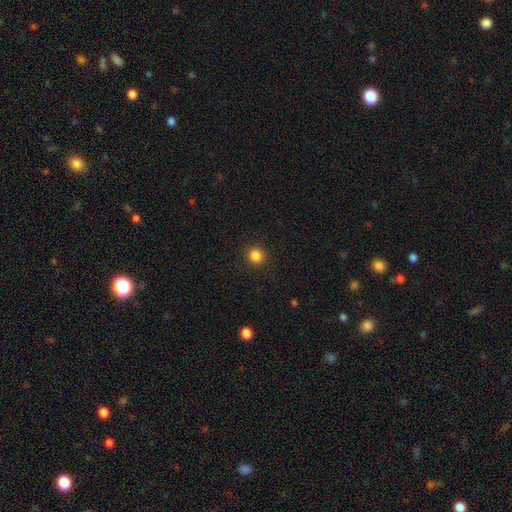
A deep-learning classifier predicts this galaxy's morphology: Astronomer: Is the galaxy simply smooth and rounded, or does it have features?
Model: smooth — 85%.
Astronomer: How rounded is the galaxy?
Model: round — 93%.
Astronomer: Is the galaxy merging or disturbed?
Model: none — 92%.